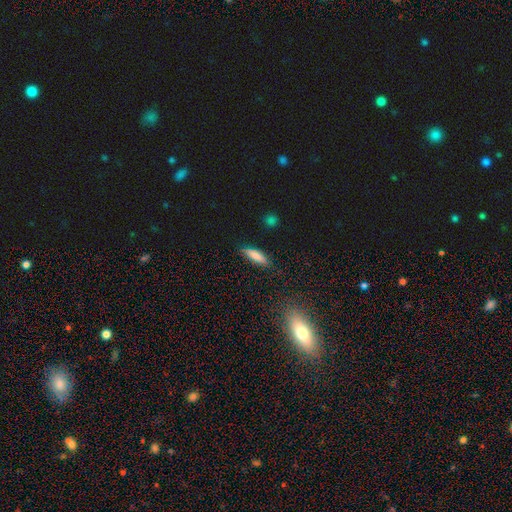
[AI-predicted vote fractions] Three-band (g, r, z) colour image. It shows a smooth galaxy with no disk features (81%) that is cigar-shaped (51%). Merging: none (81%).